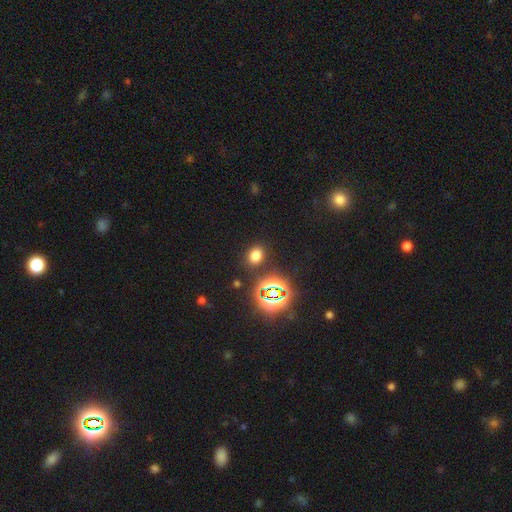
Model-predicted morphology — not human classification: A smooth galaxy with no disk features (68%) that is in between round and cigar-shaped (58%). Merging: none (85%).